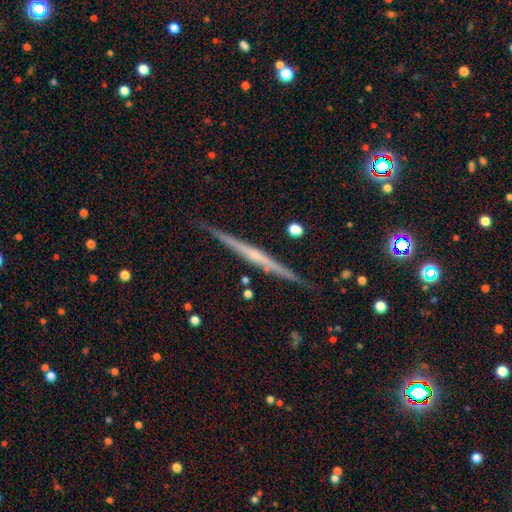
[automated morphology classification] This appears to be a featured or disk galaxy (75%) viewed edge-on (98%) with no central bulge (55%). Merging: none (89%).